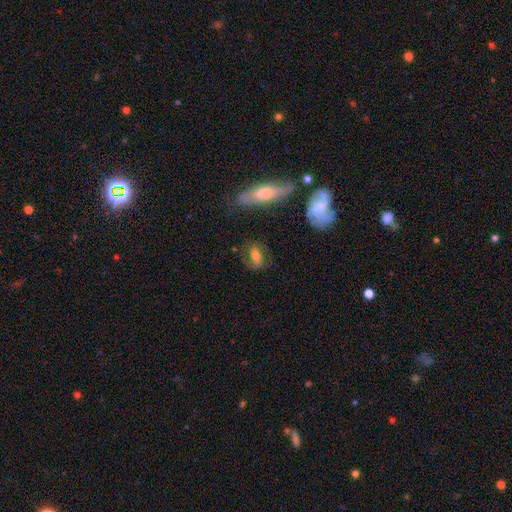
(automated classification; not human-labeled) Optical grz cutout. It shows a smooth galaxy with no disk features (49%). Merging: none (70%).